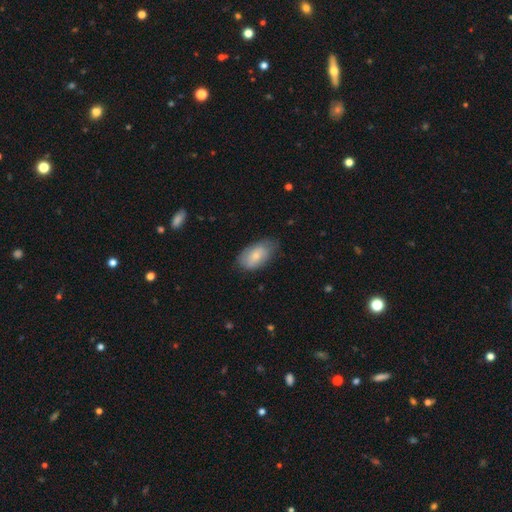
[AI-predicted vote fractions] smooth_or_featured: smooth (p=0.69) [alt: featured or disk p=0.24]
how_rounded: in between (p=0.93) [alt: round p=0.06]
merging: none (p=0.63) [alt: minor disturbance p=0.28]